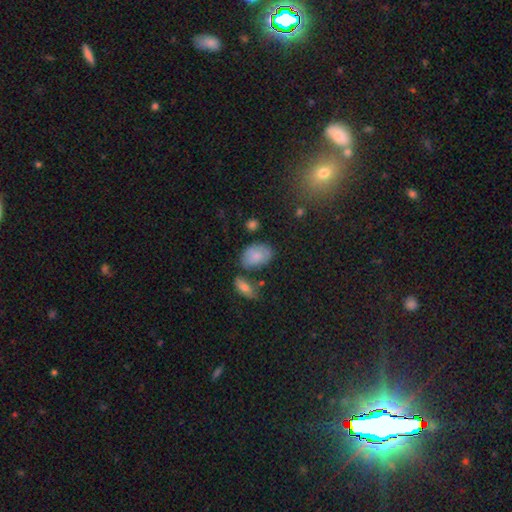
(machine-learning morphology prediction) A smooth galaxy with no disk features (81%) that is in between round and cigar-shaped (88%). Merging: none (57%).